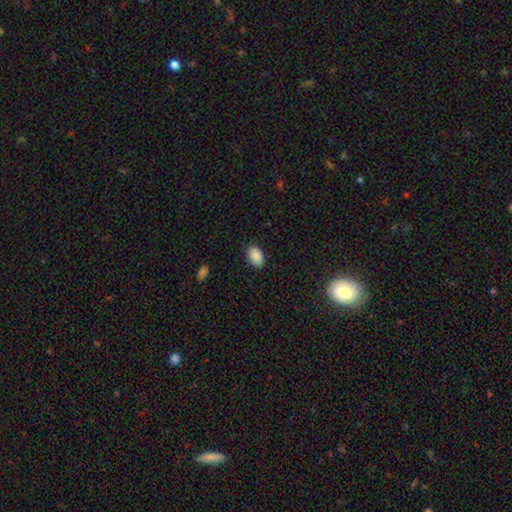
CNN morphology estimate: Smooth or featured? Predicted: smooth (p=0.89). How rounded? Predicted: in between (p=0.93). Merging? Predicted: none (p=0.86).